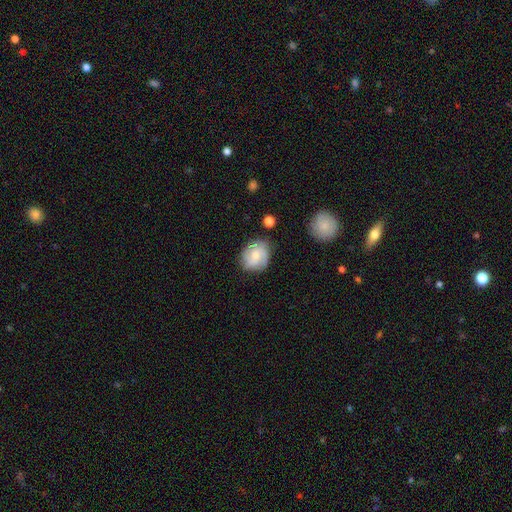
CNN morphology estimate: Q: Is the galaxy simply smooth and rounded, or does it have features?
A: featured or disk — 54%.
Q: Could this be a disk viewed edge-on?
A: no — 98%.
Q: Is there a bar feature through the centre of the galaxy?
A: no — 58%.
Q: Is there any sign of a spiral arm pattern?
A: yes — 90%.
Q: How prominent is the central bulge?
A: small — 45%.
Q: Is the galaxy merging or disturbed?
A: none — 73%.